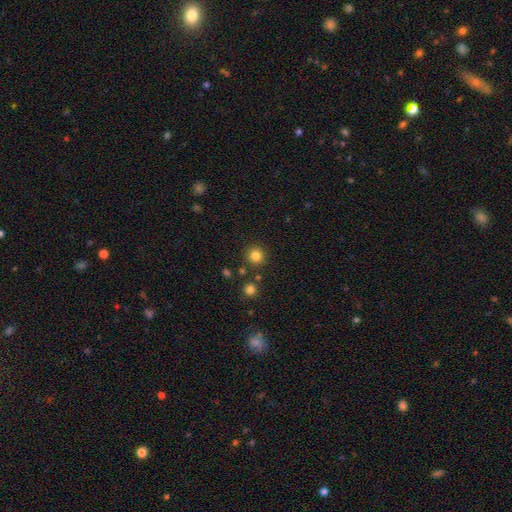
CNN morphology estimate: A smooth galaxy with no disk features (82%) that is round (94%). Merging: none (88%).